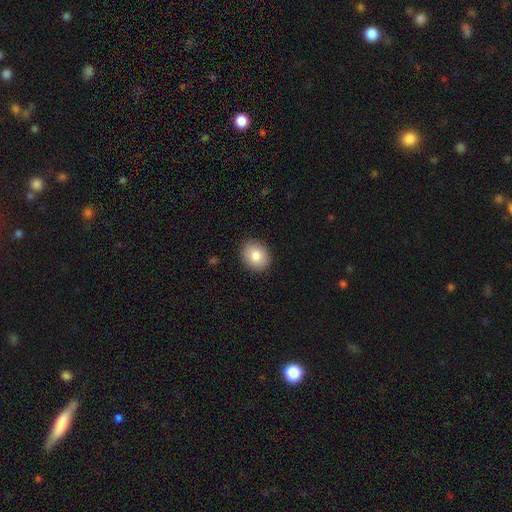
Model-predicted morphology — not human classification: Overall: smooth (83%). How rounded: round (50%; in between 49%). Merging: none (89%).